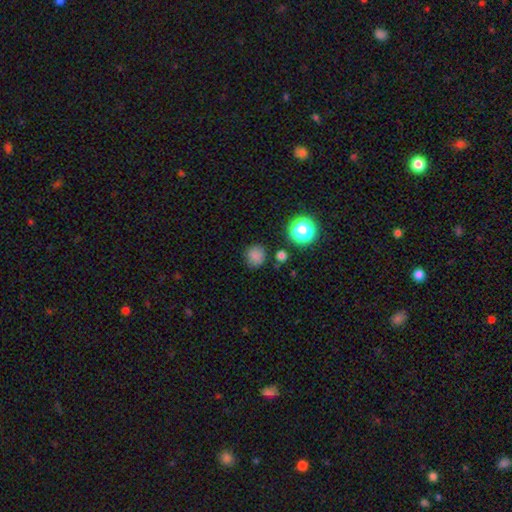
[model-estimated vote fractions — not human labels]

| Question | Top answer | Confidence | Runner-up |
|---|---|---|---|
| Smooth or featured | smooth | 79% | star or artifact (16%) |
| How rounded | round | 88% | in between (11%) |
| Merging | none | 82% | minor disturbance (11%) |